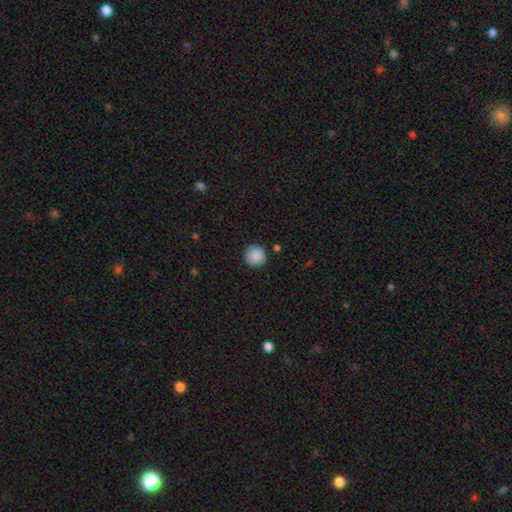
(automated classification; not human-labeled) Overall: smooth (89%). How rounded: round (95%). Merging: none (89%).